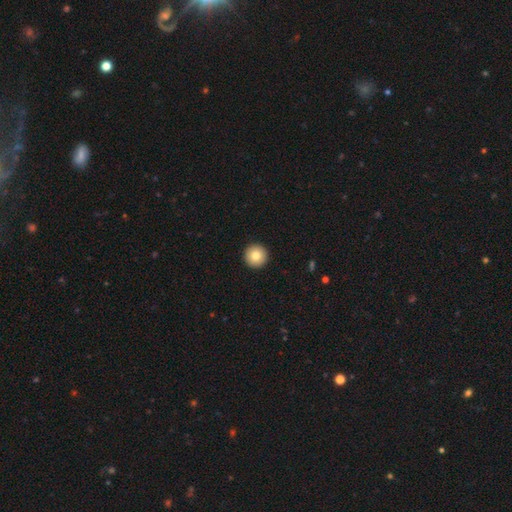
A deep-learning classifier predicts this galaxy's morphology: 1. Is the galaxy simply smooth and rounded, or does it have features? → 83% smooth, 9% featured or disk, 8% star or artifact.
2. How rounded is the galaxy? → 97% round, 2% in between, 1% cigar-shaped.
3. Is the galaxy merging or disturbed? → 94% none, 4% minor disturbance, 1% major disturbance, 1% merger.